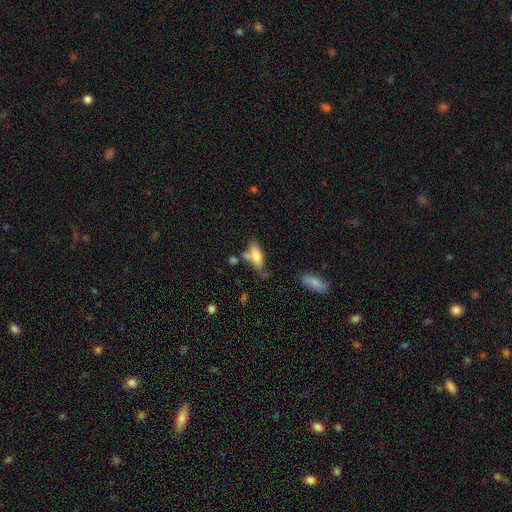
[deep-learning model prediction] Smooth or featured? Predicted: smooth (p=0.66). How rounded? Predicted: in between (p=0.64). Merging? Predicted: none (p=0.50).